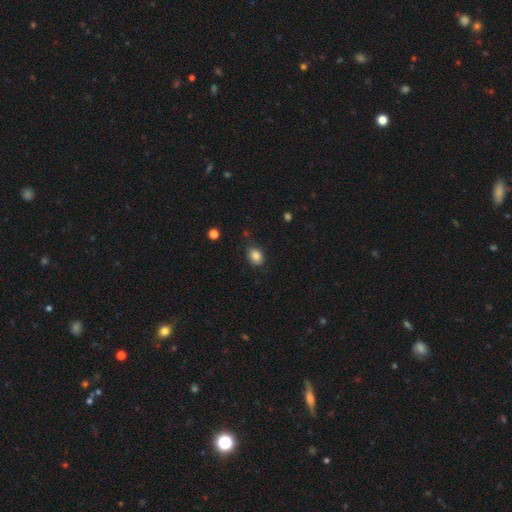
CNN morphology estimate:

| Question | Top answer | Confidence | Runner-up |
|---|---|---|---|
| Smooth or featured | smooth | 85% | star or artifact (9%) |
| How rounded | in between | 69% | round (30%) |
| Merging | none | 77% | minor disturbance (17%) |